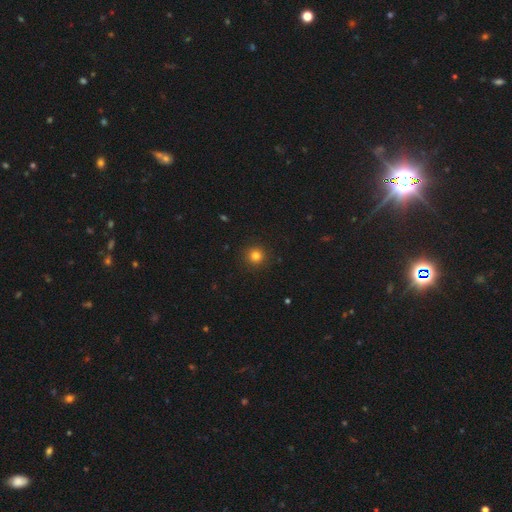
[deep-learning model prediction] Smooth or featured? smooth (81%)
How rounded? round (95%)
Merging? none (92%)